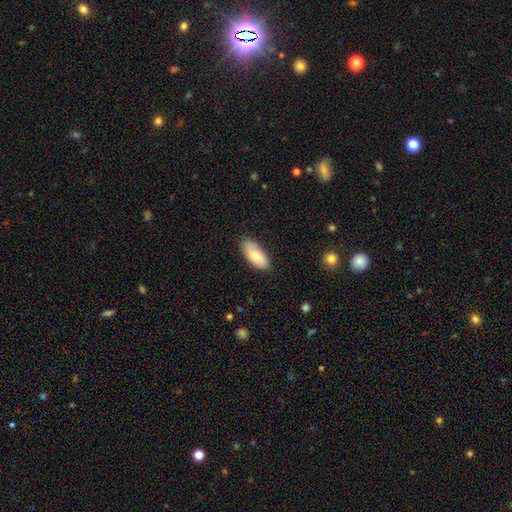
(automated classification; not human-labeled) smooth-or-featured: smooth: 76% | featured or disk: 18% | star or artifact: 6%
  how-rounded: in between: 88% | cigar-shaped: 10% | round: 2%
  merging: none: 79% | minor disturbance: 17% | major disturbance: 3% | merger: 1%